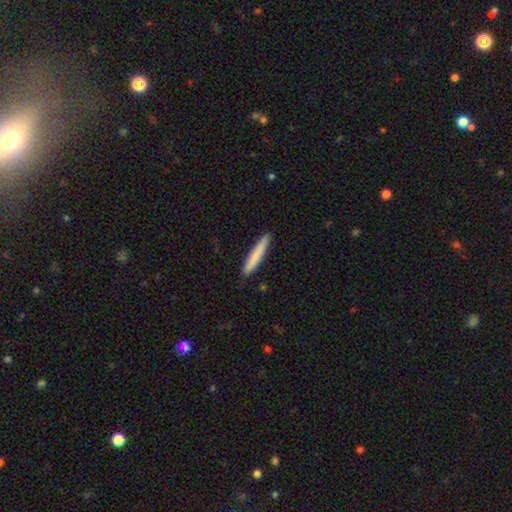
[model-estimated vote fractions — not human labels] Morphology: type=smooth (80%); roundness=cigar-shaped (95%); merging=none (90%).